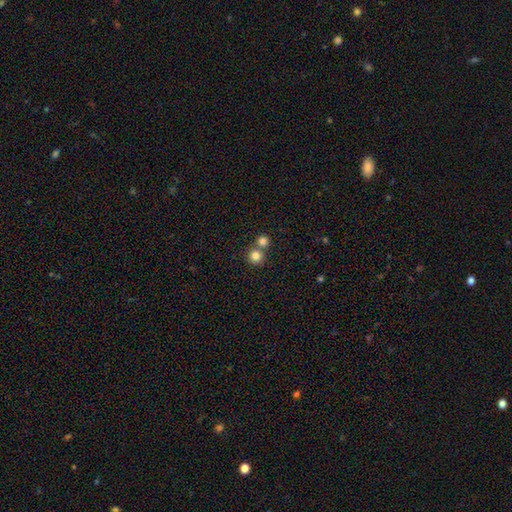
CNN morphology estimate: This appears to be a smooth galaxy with no disk features (82%) that is round (93%). Merging: none (59%).